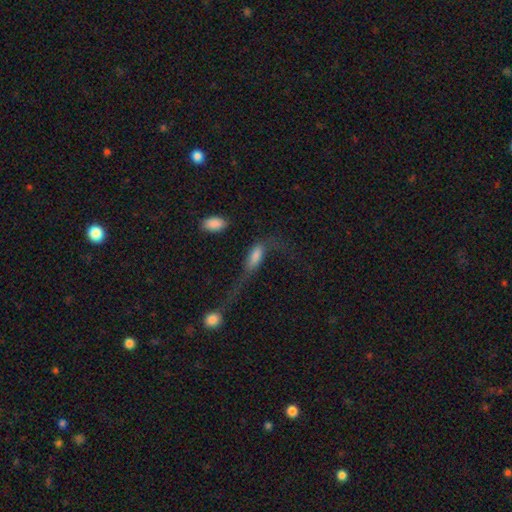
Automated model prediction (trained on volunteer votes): smooth_or_featured: smooth (p=0.62) [alt: featured or disk p=0.27]
how_rounded: in between (p=0.65) [alt: cigar-shaped p=0.29]
merging: major disturbance (p=0.50) [alt: none p=0.21]